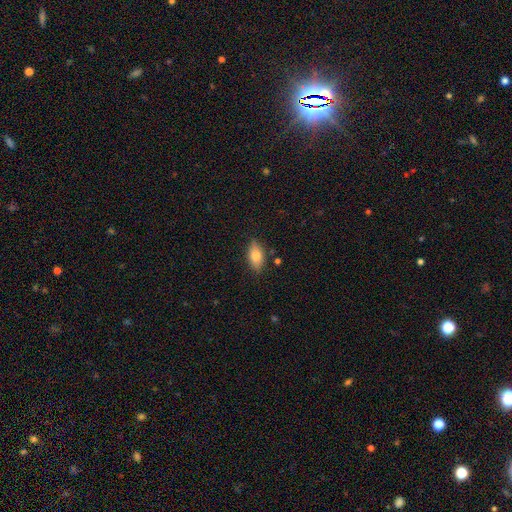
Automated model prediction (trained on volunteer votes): smooth 78%, featured or disk 15%, star or artifact 7%. Down the decision tree: how rounded — in between (88%); merging — none (82%).